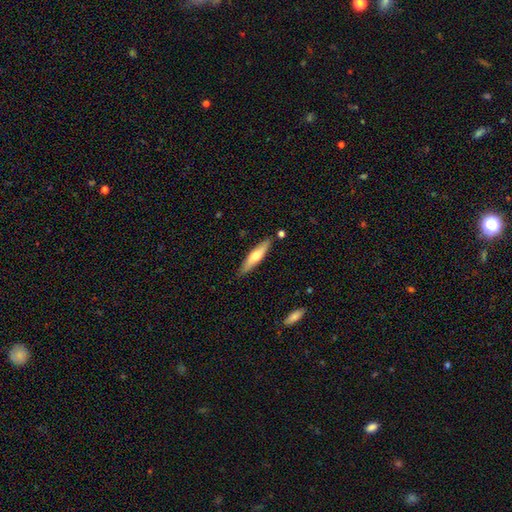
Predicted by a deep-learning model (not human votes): Smooth or featured?
  - smooth: 54% *
  - featured or disk: 41%
  - star or artifact: 5%
How rounded?
  - cigar-shaped: 78% *
  - in between: 21%
  - round: 2%
Merging?
  - none: 84% *
  - minor disturbance: 11%
  - merger: 3%
  - major disturbance: 2%